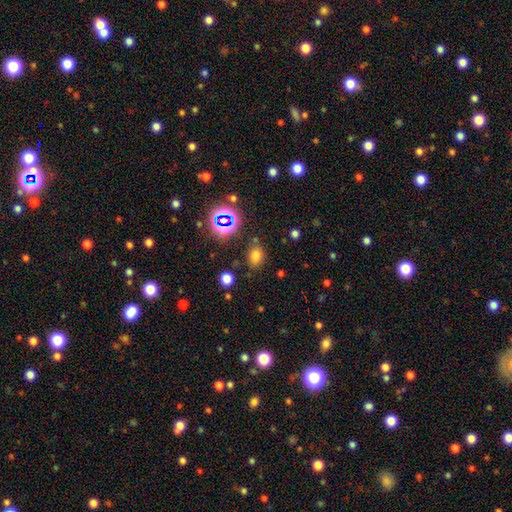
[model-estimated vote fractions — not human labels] A smooth galaxy with no disk features (69%) that is in between round and cigar-shaped (71%). Merging: none (78%).